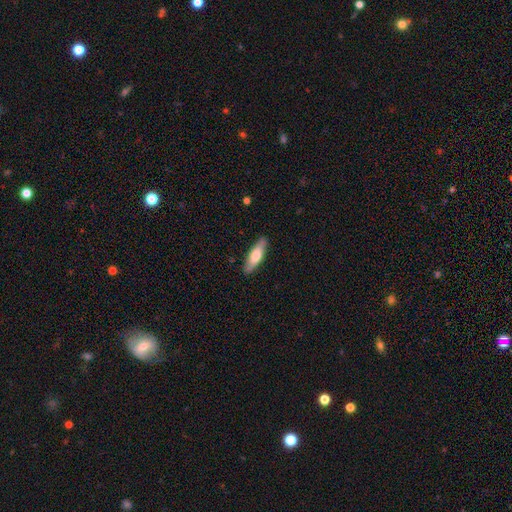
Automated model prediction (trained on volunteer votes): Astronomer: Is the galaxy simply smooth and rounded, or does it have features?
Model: smooth — 64%.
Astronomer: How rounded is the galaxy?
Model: cigar-shaped — 62%.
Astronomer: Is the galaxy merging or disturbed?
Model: none — 88%.